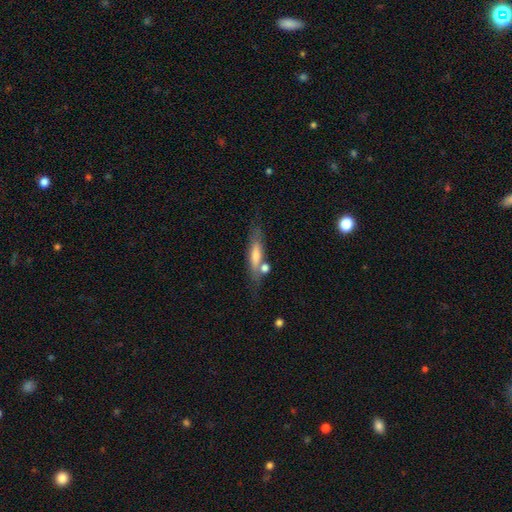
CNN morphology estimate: Smooth or featured?
  - smooth: 53% *
  - featured or disk: 39%
  - star or artifact: 8%
How rounded?
  - cigar-shaped: 71% *
  - in between: 26%
  - round: 3%
Merging?
  - none: 63% *
  - minor disturbance: 17%
  - merger: 14%
  - major disturbance: 6%